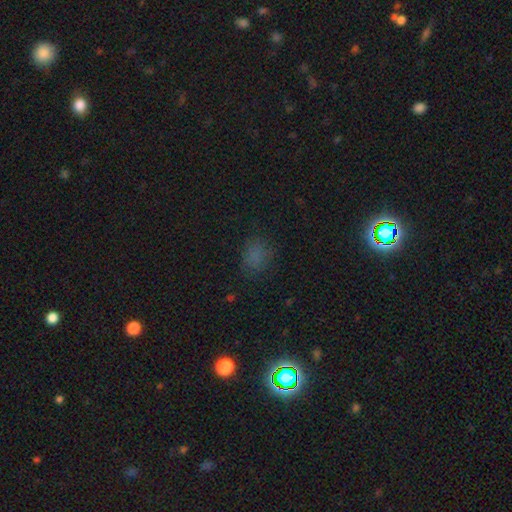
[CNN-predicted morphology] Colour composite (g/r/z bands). It shows a smooth galaxy with no disk features (68%) that is round (52%). Merging: none (75%).